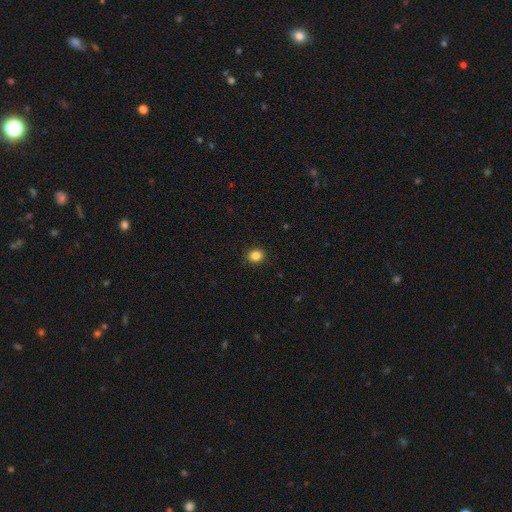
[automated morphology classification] A smooth galaxy with no disk features (86%) that is round (68%).

Vote fractions:
- Smooth or featured? smooth: 86% / star or artifact: 11% / featured or disk: 4%
- How rounded? round: 68% / in between: 31% / cigar-shaped: 1%
- Merging? none: 91% / minor disturbance: 6% / major disturbance: 2% / merger: 1%